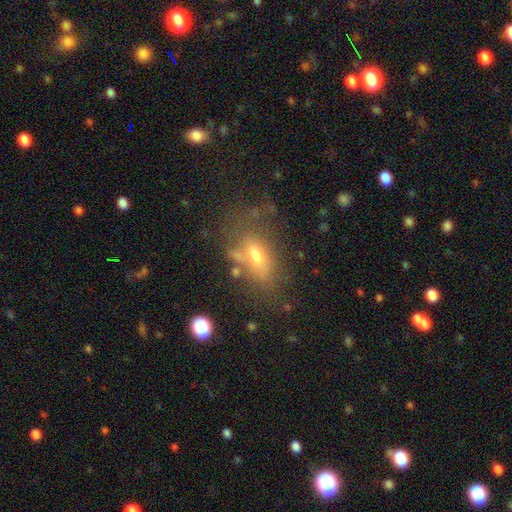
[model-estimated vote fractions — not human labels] Morphology: type=smooth (61%); roundness=in between (82%); merging=none (54%).